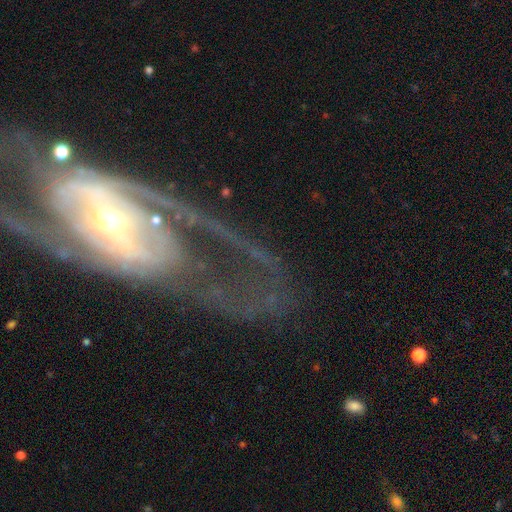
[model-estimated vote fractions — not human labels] Smooth or featured?
  - featured or disk: 79% *
  - smooth: 12%
  - star or artifact: 9%
Edge-on disk?
  - no: 90% *
  - yes: 10%
Bar?
  - no: 42% *
  - weak: 29%
  - strong: 28%
Spiral arms?
  - yes: 69% *
  - no: 31%
Bulge size?
  - moderate: 58% *
  - small: 29%
  - large: 8%
  - dominant: 2%
  - none: 2%
Merging?
  - none: 49% *
  - major disturbance: 33%
  - minor disturbance: 14%
  - merger: 4%